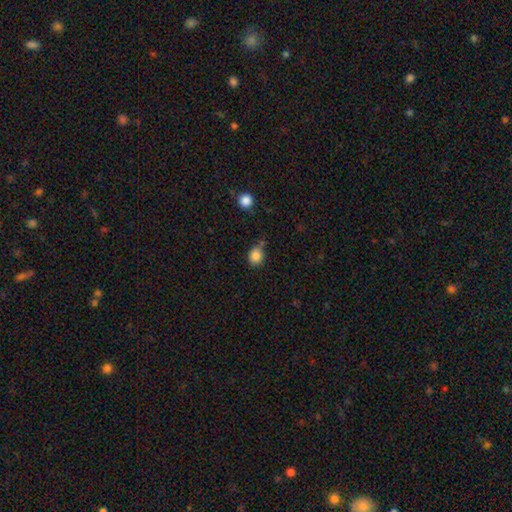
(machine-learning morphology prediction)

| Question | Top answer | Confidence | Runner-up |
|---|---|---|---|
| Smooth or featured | smooth | 85% | star or artifact (10%) |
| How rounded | round | 66% | in between (33%) |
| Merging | none | 67% | minor disturbance (20%) |